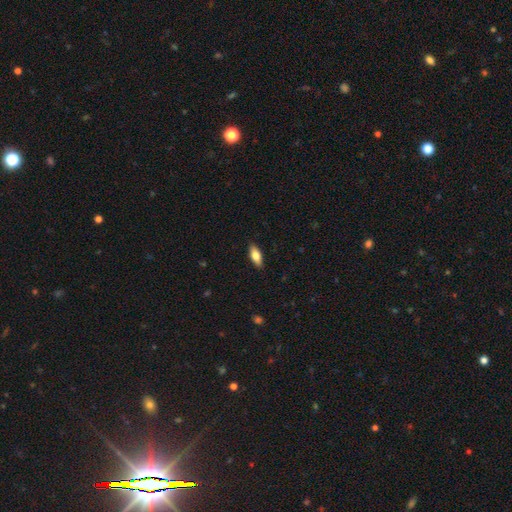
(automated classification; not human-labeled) smooth 76%, featured or disk 18%, star or artifact 6%. Down the decision tree: how rounded — in between (75%); merging — none (89%).